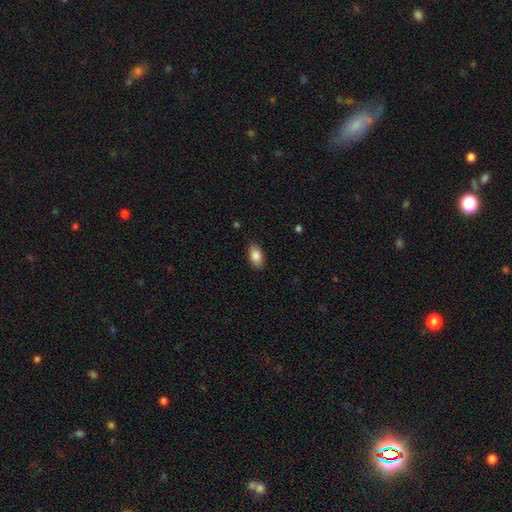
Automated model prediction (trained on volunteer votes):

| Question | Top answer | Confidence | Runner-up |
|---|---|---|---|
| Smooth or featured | smooth | 86% | featured or disk (7%) |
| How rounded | in between | 93% | round (5%) |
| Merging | none | 86% | minor disturbance (11%) |